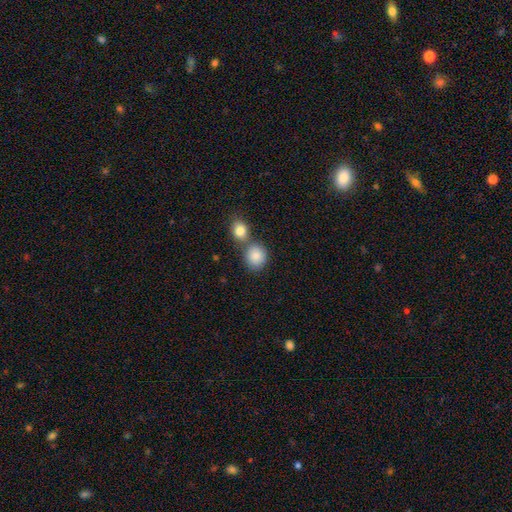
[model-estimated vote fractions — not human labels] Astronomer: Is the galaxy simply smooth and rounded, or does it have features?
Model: smooth — 84%.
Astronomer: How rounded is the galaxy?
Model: round — 77%.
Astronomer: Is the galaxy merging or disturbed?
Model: none — 52% (runner-up: merger, 36%).